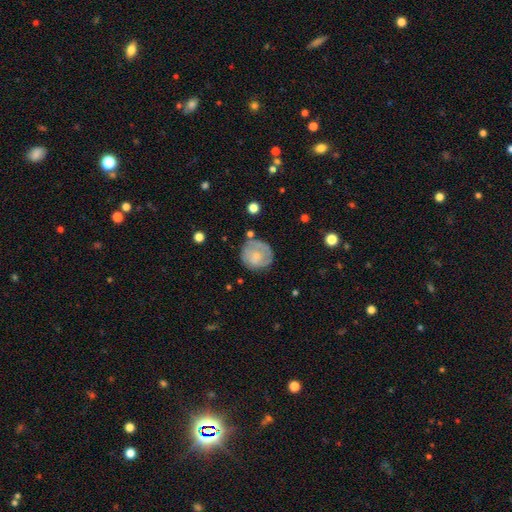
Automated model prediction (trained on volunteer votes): smooth-or-featured: smooth: 57% | featured or disk: 36% | star or artifact: 7%
  how-rounded: round: 88% | in between: 11% | cigar-shaped: 1%
  merging: none: 63% | minor disturbance: 23% | major disturbance: 10% | merger: 4%